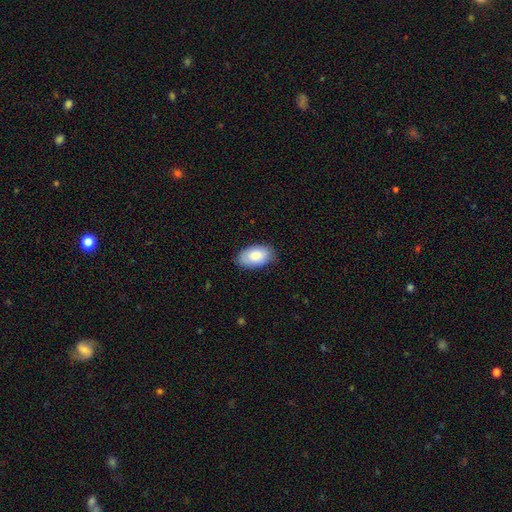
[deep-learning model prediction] Overall: smooth (84%). How rounded: in between (94%). Merging: none (82%).